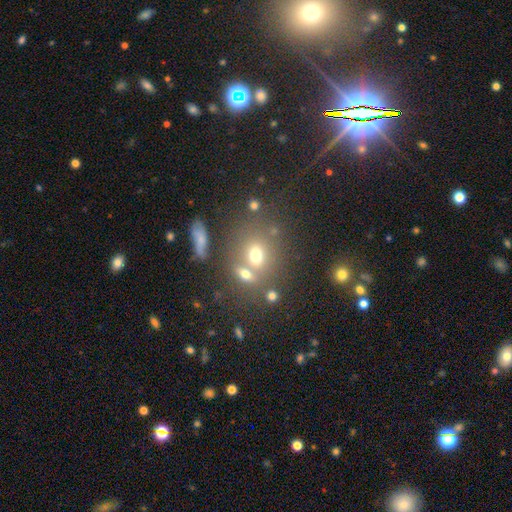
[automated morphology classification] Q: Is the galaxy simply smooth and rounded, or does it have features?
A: smooth — 65%.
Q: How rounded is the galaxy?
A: round — 52%.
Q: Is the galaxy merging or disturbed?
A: none — 50%.